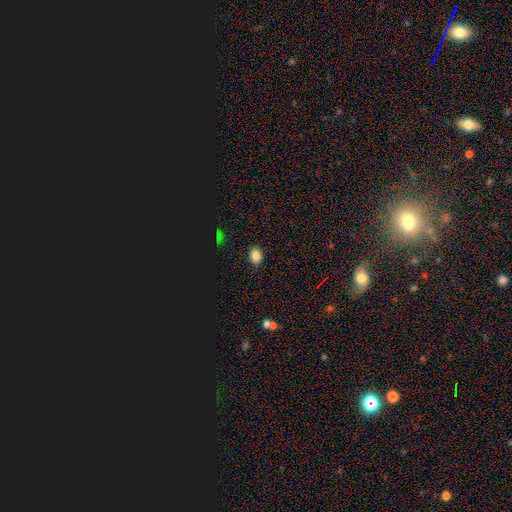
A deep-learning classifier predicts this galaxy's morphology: Smooth or featured: smooth — 82% (star or artifact — 13%)
How rounded: in between — 55% (round — 44%)
Merging: none — 89% (minor disturbance — 8%)